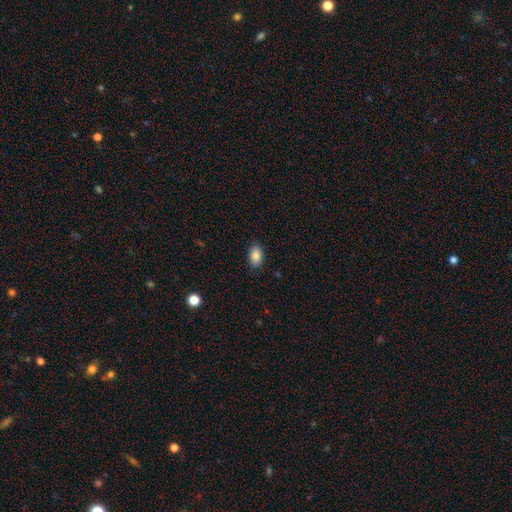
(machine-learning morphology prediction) A smooth galaxy with no disk features (85%) that is in between round and cigar-shaped (89%). Merging: none (86%).